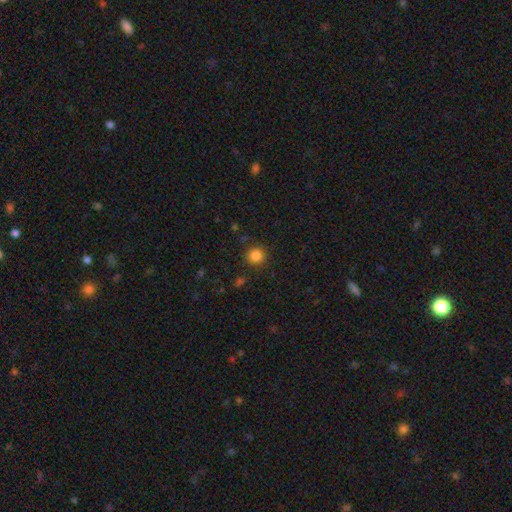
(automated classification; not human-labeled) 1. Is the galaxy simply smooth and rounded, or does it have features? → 84% smooth, 12% star or artifact, 4% featured or disk.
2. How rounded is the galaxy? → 94% round, 5% in between, 1% cigar-shaped.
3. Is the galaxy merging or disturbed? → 89% none, 7% minor disturbance, 3% major disturbance, 2% merger.